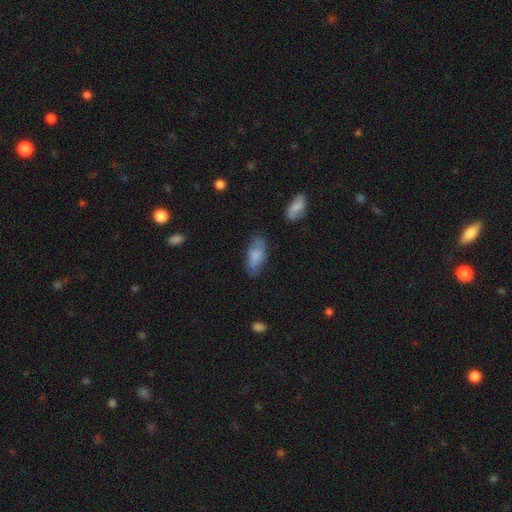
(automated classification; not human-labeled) Q: Smooth or featured?
A: smooth (78%); runner-up: featured or disk (15%)
Q: How rounded?
A: in between (86%); runner-up: cigar-shaped (11%)
Q: Merging?
A: none (71%); runner-up: minor disturbance (21%)